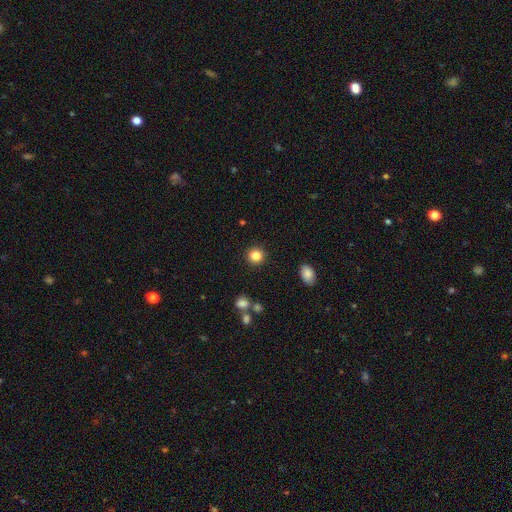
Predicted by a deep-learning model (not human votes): Overall: smooth (85%). How rounded: round (92%). Merging: none (91%).